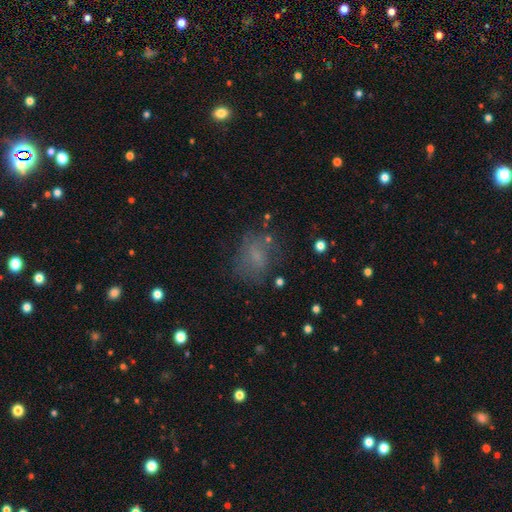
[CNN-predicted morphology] Smooth or featured: smooth — 56% (featured or disk — 25%)
How rounded: in between — 52% (round — 46%)
Merging: none — 61% (minor disturbance — 20%)